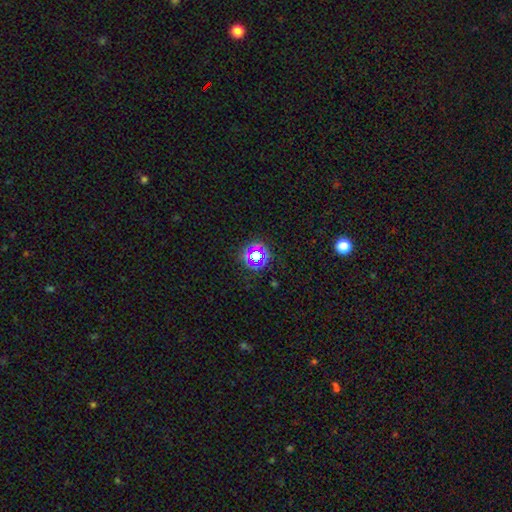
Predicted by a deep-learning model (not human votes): The model was most divided on "smooth or featured": star or artifact: 65%, smooth: 24%, featured or disk: 11%.